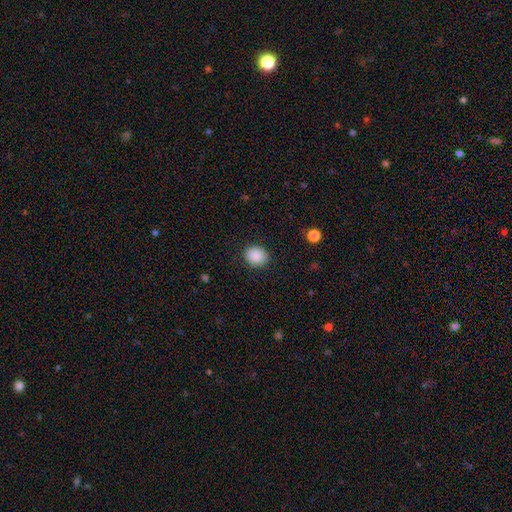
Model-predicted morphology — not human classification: A smooth galaxy with no disk features (89%) that is round (67%). Merging: none (89%).